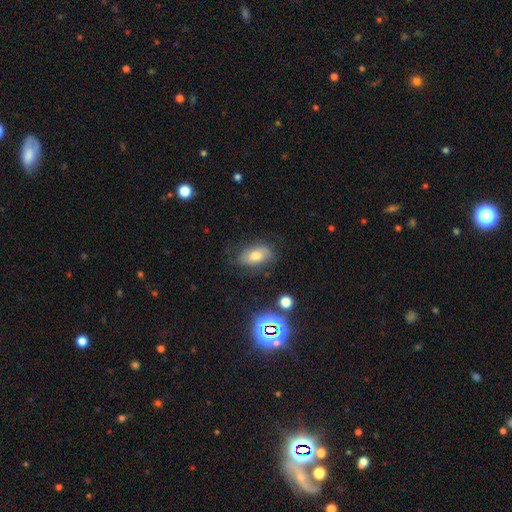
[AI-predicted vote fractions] Smooth or featured: smooth — 60% (featured or disk — 26%)
How rounded: in between — 89% (round — 8%)
Merging: none — 70% (minor disturbance — 20%)